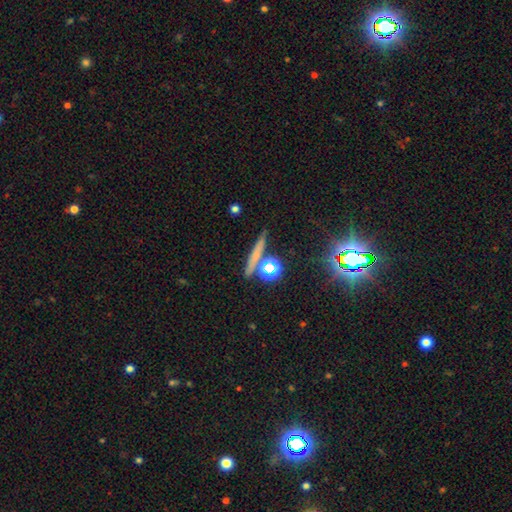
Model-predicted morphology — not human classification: type=smooth (51%); roundness=cigar-shaped (76%); merging=none (79%).